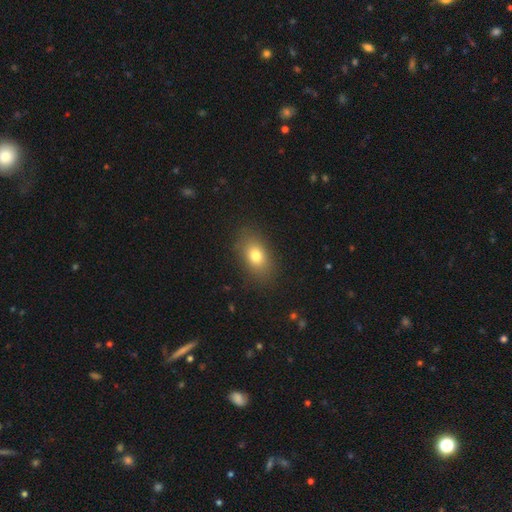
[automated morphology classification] A smooth galaxy with no disk features (77%) that is in between round and cigar-shaped (81%).

Vote fractions:
- Smooth or featured? smooth: 77% / featured or disk: 12% / star or artifact: 10%
- How rounded? in between: 81% / round: 17% / cigar-shaped: 2%
- Merging? none: 84% / minor disturbance: 11% / major disturbance: 4% / merger: 1%